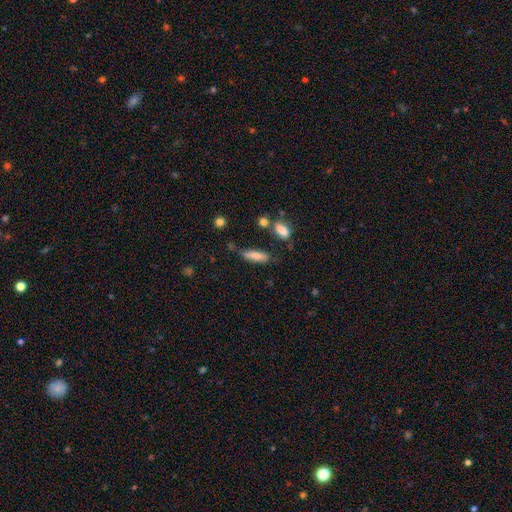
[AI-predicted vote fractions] smooth-or-featured: smooth: 79% | featured or disk: 13% | star or artifact: 8%
  how-rounded: cigar-shaped: 59% | in between: 39% | round: 2%
  merging: none: 61% | minor disturbance: 23% | merger: 8% | major disturbance: 7%